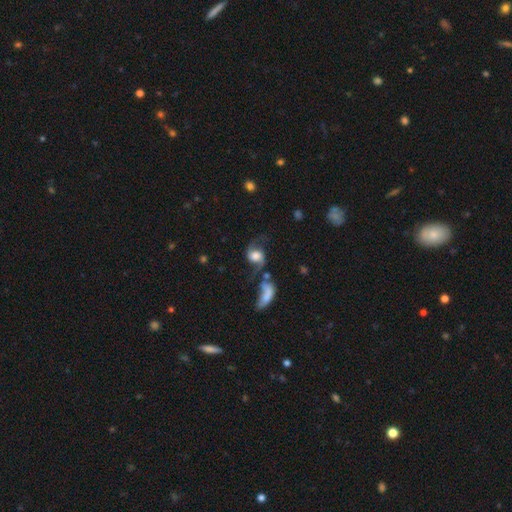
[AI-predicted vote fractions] A featured or disk galaxy (71%) with no bar (57%), 2 (90%) loose (67%) spiral arms (91%) and a large central bulge (41%).

Vote fractions:
- Smooth or featured? featured or disk: 71% / smooth: 21% / star or artifact: 8%
- Edge-on disk? no: 96% / yes: 4%
- Bar? no: 57% / weak: 33% / strong: 10%
- Spiral arms? yes: 91% / no: 9%
- Spiral winding? loose: 67% / medium: 27% / tight: 6%
- Spiral arm count? 2: 90% / 1: 4% / can't tell: 3% / 3: 1% / 4: 1% / more than 4: 1%
- Bulge size? large: 41% / moderate: 38% / small: 8% / dominant: 7% / none: 5%
- Merging? none: 42% / merger: 26% / major disturbance: 17% / minor disturbance: 15%